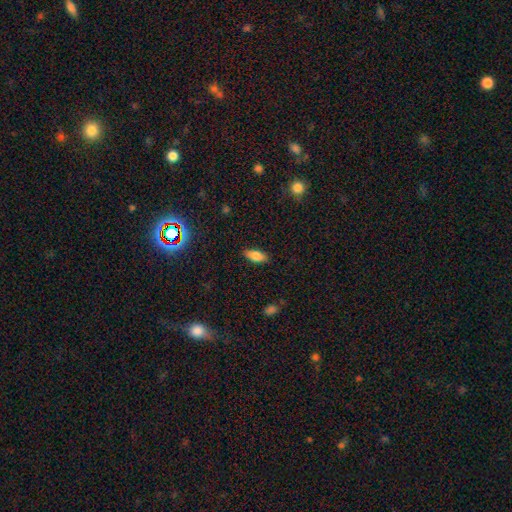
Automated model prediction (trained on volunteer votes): Smooth or featured? smooth (80%)
How rounded? in between (82%)
Merging? none (86%)